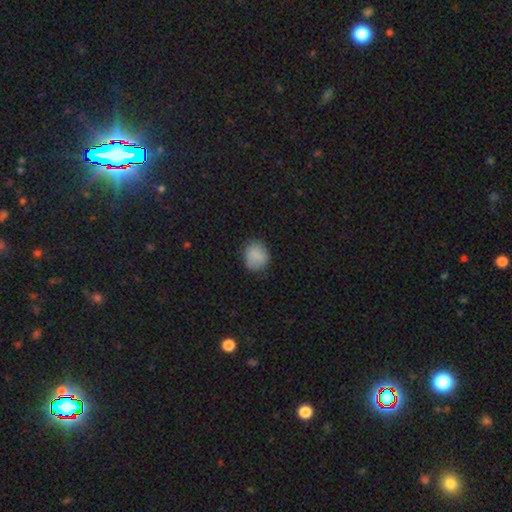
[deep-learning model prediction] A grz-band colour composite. It shows a smooth galaxy with no disk features (85%) that is round (71%). Merging: none (78%).